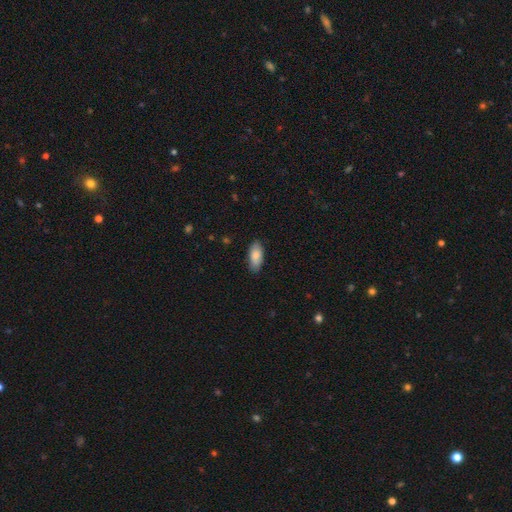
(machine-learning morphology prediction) The model was most divided on "merging": none: 85%, minor disturbance: 12%, major disturbance: 2%, merger: 1%. More confident: how rounded — in between (87%); smooth or featured — smooth (85%).